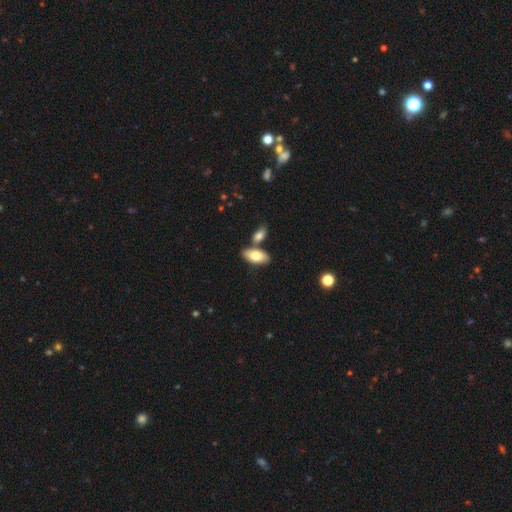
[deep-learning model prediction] Smooth or featured?
  - smooth: 79% *
  - featured or disk: 15%
  - star or artifact: 6%
How rounded?
  - in between: 91% *
  - cigar-shaped: 7%
  - round: 2%
Merging?
  - none: 64% *
  - merger: 23%
  - minor disturbance: 11%
  - major disturbance: 3%